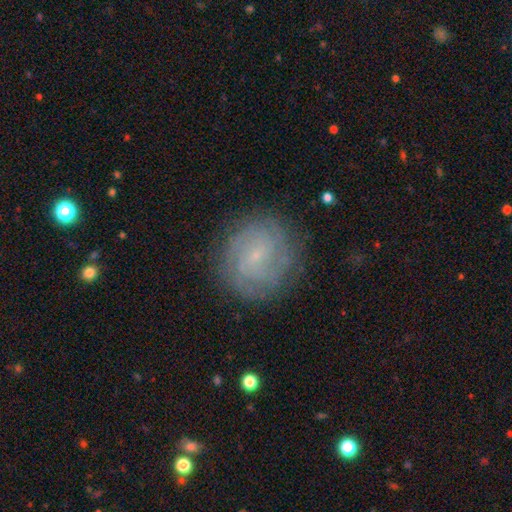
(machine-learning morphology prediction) Smooth or featured: featured or disk — 66% (smooth — 24%)
Edge-on disk: no — 97% (yes — 3%)
Bar: no — 51% (weak — 42%)
Spiral arms: yes — 89% (no — 11%)
Spiral winding: tight — 63% (medium — 28%)
Spiral arm count: can't tell — 42% (2 — 27%)
Bulge size: small — 82% (moderate — 9%)
Merging: none — 83% (minor disturbance — 12%)